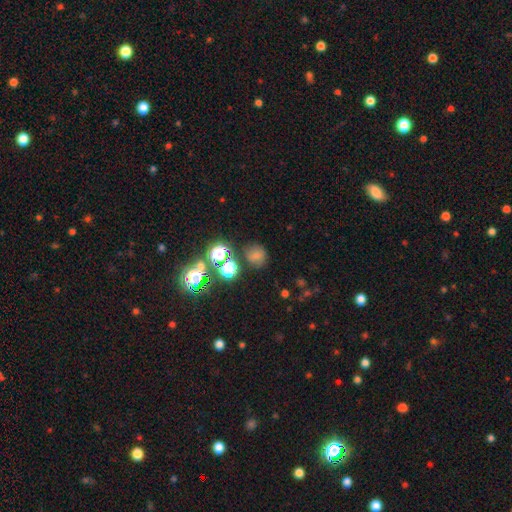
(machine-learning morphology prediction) Smooth or featured: smooth — 63% (star or artifact — 26%)
How rounded: round — 80% (in between — 18%)
Merging: none — 74% (minor disturbance — 13%)